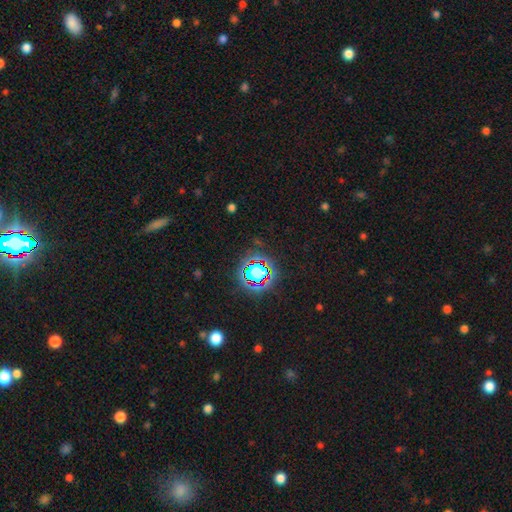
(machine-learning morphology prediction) Q: Smooth or featured?
A: star or artifact (78%); runner-up: smooth (14%)